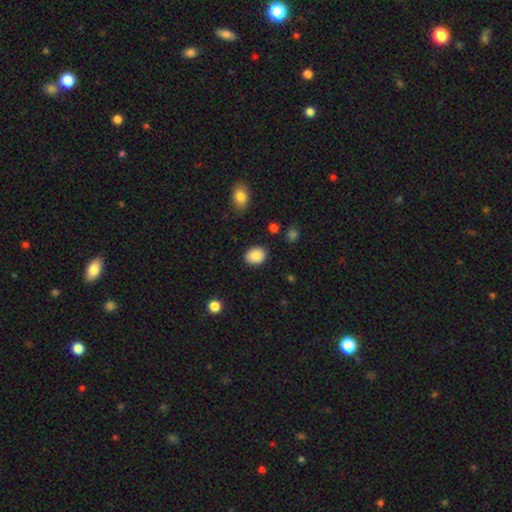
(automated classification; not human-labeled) Overall: smooth (88%). How rounded: in between (53%; round 46%). Merging: none (86%).